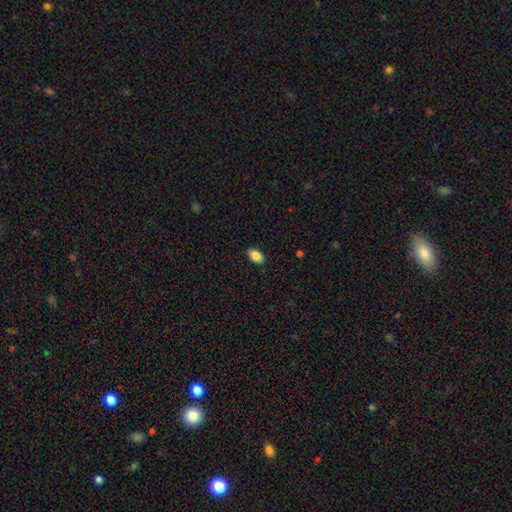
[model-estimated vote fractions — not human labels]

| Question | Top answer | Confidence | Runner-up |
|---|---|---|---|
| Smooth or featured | smooth | 87% | star or artifact (8%) |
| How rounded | in between | 91% | round (7%) |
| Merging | none | 88% | minor disturbance (9%) |